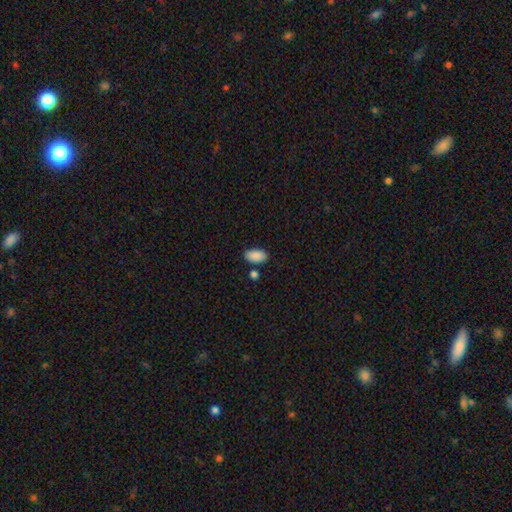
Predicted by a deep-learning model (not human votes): Q: Smooth or featured?
A: smooth (90%); runner-up: star or artifact (7%)
Q: How rounded?
A: in between (94%); runner-up: round (3%)
Q: Merging?
A: none (81%); runner-up: minor disturbance (11%)